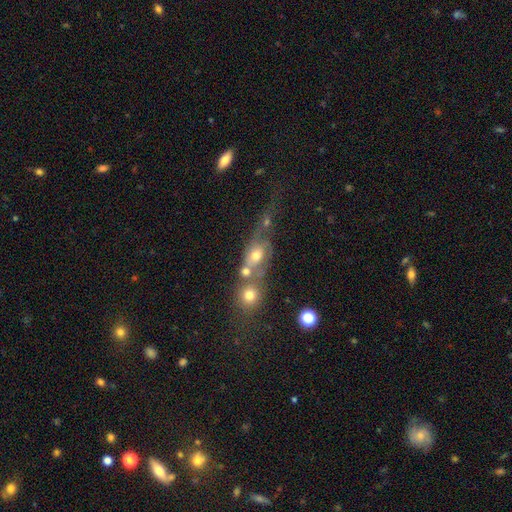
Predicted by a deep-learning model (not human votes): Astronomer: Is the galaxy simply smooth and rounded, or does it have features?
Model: smooth — 52% (runner-up: featured or disk, 32%).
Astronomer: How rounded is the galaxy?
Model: in between — 54% (runner-up: round, 40%).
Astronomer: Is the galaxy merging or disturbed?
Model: merger — 50%.